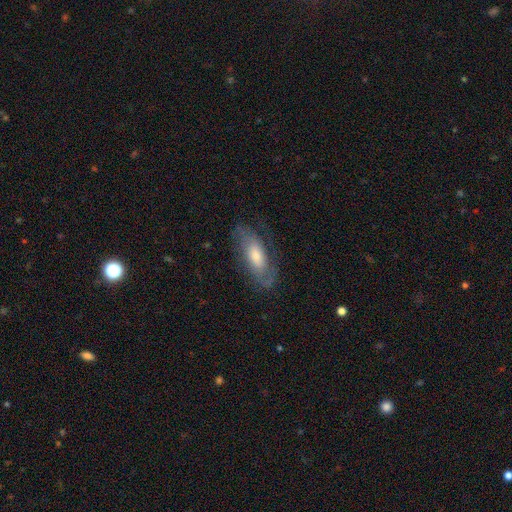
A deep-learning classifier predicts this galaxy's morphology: Smooth or featured? featured or disk (63%)
Edge-on disk? no (86%)
Bar? no (61%)
Spiral arms? yes (83%)
Bulge size? moderate (47%)
Merging? none (71%)